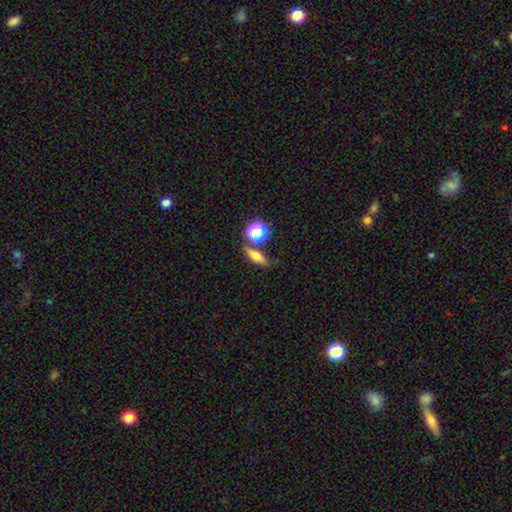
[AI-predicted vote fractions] Smooth or featured? smooth (61%)
How rounded? cigar-shaped (43%)
Merging? none (71%)